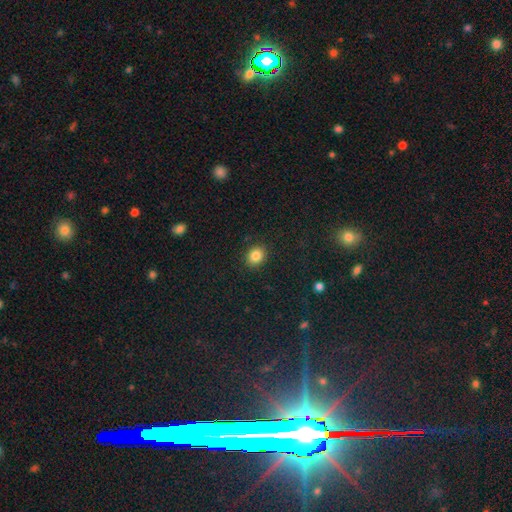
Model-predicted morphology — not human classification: The model was most divided on "how rounded": round: 57%, in between: 42%, cigar-shaped: 1%. More confident: merging — none (89%); smooth or featured — smooth (84%).